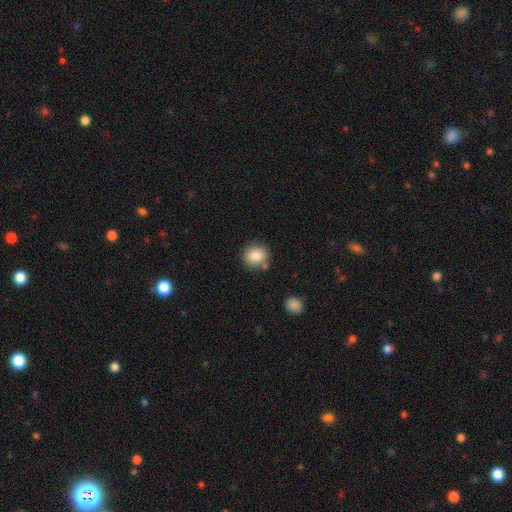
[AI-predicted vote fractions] A smooth galaxy with no disk features (84%) that is round (89%). Merging: none (77%).